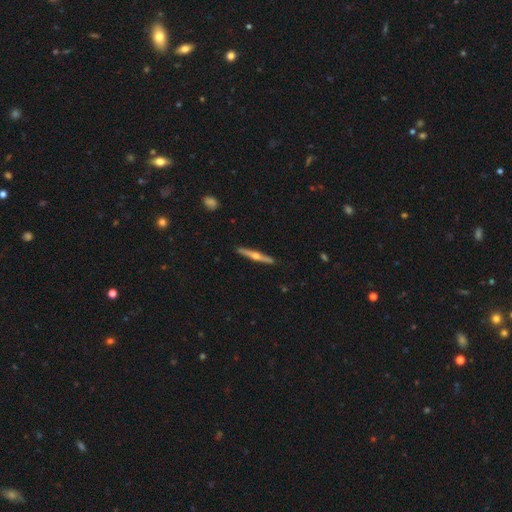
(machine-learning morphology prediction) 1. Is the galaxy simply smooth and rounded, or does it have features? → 68% featured or disk, 27% smooth, 5% star or artifact.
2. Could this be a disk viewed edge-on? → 97% yes, 3% no.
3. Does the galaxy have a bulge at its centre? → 92% rounded, 5% none, 3% boxy.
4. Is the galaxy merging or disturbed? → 90% none, 7% minor disturbance, 1% major disturbance, 1% merger.